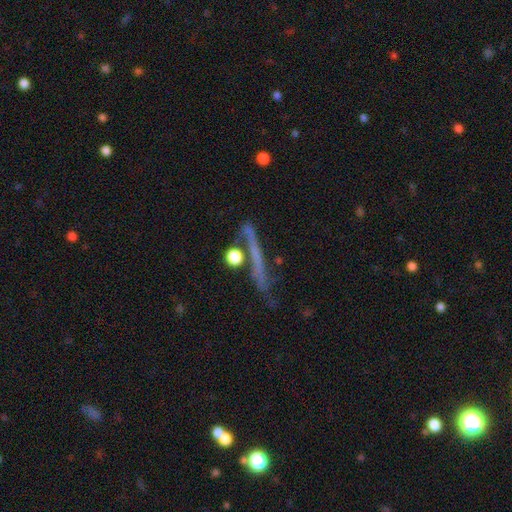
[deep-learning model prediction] Smooth or featured?
  - featured or disk: 49% *
  - smooth: 34%
  - star or artifact: 16%
Merging?
  - none: 65% *
  - minor disturbance: 15%
  - merger: 10%
  - major disturbance: 9%